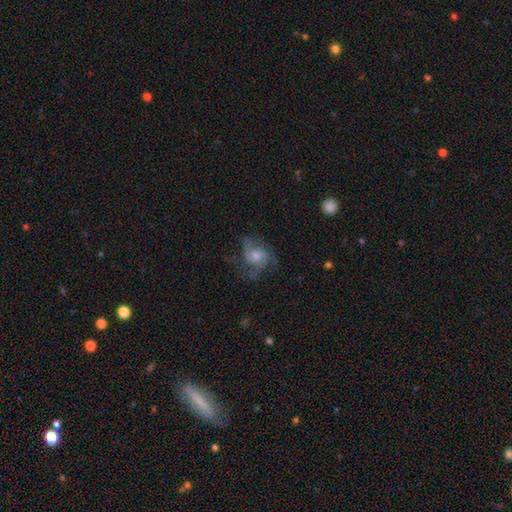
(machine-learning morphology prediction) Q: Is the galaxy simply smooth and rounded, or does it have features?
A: featured or disk — 79%.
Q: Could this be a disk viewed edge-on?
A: no — 98%.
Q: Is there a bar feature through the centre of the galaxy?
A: no — 67%.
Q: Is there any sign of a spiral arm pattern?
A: yes — 95%.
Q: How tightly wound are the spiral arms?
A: medium — 53%.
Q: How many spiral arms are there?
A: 2 — 48%.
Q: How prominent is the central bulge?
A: moderate — 52%.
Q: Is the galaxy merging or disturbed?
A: none — 64%.